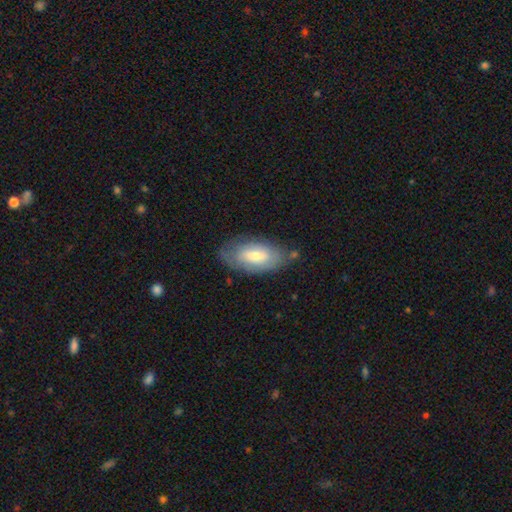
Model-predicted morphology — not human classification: Smooth or featured? Predicted: smooth (p=0.58). How rounded? Predicted: in between (p=0.91). Merging? Predicted: none (p=0.71).